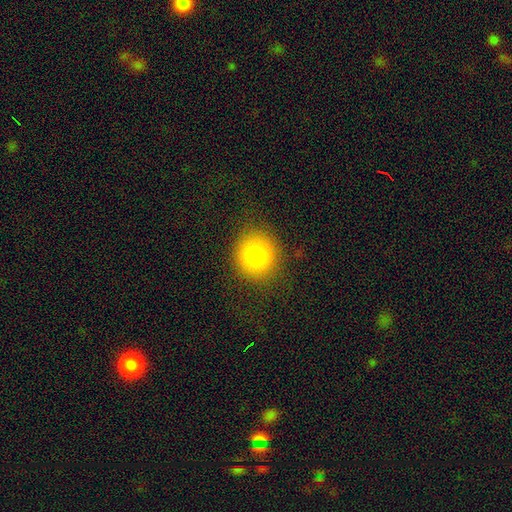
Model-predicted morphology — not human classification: smooth 81%, star or artifact 11%, featured or disk 8%. Down the decision tree: how rounded — round (88%); merging — none (87%).